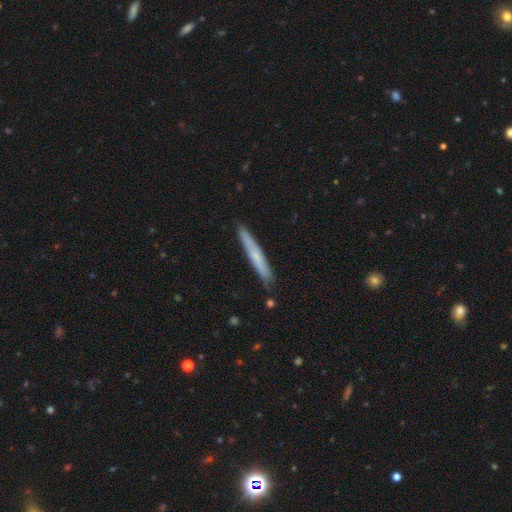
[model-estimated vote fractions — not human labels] Smooth or featured? Predicted: smooth (p=0.58). How rounded? Predicted: cigar-shaped (p=0.96). Merging? Predicted: none (p=0.87).